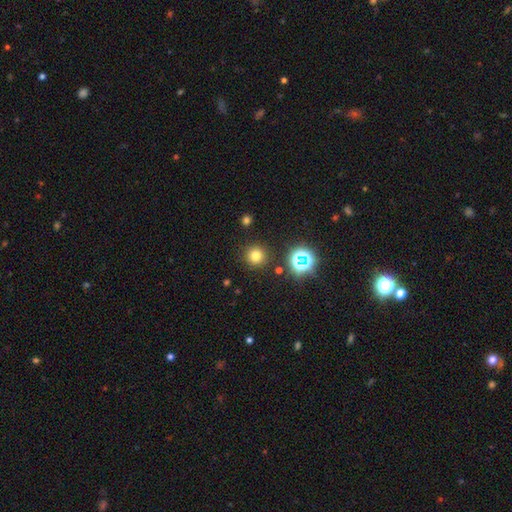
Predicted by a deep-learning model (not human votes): Smooth or featured? Predicted: smooth (p=0.72). How rounded? Predicted: round (p=0.94). Merging? Predicted: none (p=0.89).